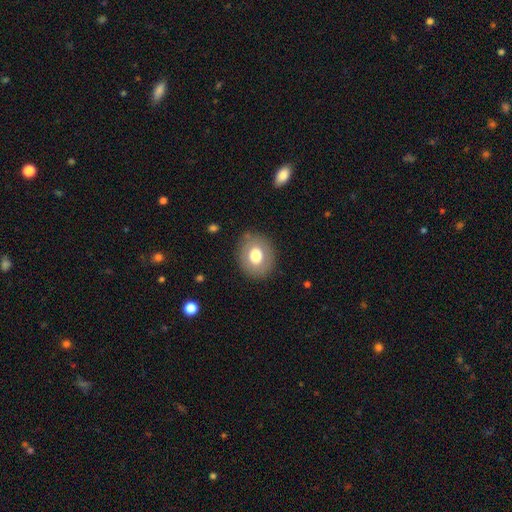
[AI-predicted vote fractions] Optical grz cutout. It shows a smooth galaxy with no disk features (71%) that is round (64%). Merging: none (84%).